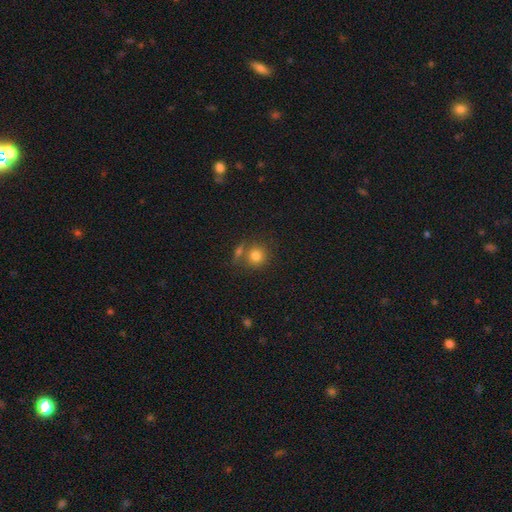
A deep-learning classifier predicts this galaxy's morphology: Q: Smooth or featured?
A: smooth (80%); runner-up: star or artifact (11%)
Q: How rounded?
A: round (85%); runner-up: in between (13%)
Q: Merging?
A: none (62%); runner-up: merger (23%)